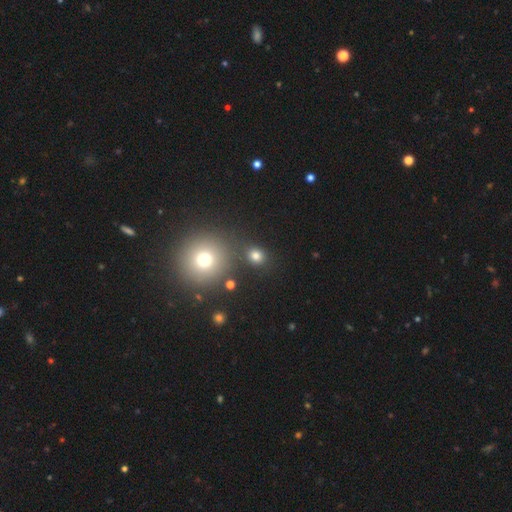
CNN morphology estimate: Smooth or featured? Predicted: smooth (p=0.78). How rounded? Predicted: round (p=0.73). Merging? Predicted: none (p=0.81).